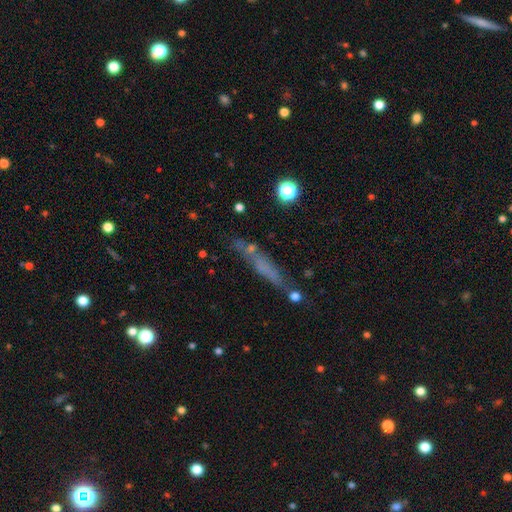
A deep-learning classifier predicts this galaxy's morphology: Smooth or featured: smooth — 45% (featured or disk — 38%)
Merging: none — 72% (minor disturbance — 16%)